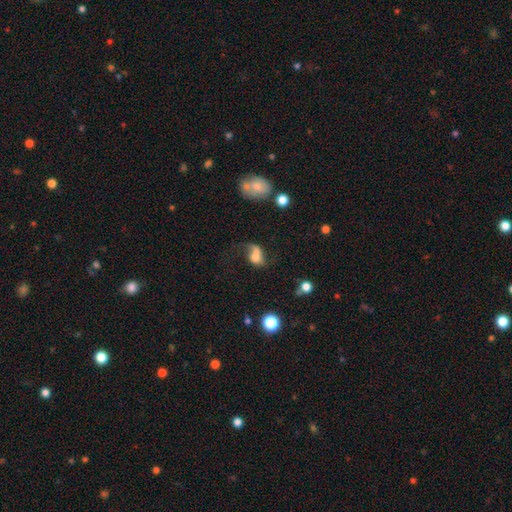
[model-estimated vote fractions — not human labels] smooth_or_featured: smooth (p=0.55) [alt: featured or disk p=0.32]
how_rounded: in between (p=0.67) [alt: round p=0.30]
merging: merger (p=0.33) [alt: major disturbance p=0.28]